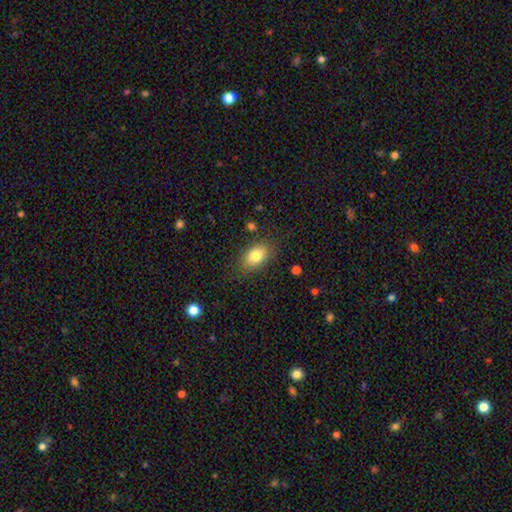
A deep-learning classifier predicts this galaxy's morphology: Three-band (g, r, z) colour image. It shows a smooth galaxy with no disk features (81%) that is in between round and cigar-shaped (86%). Merging: none (82%).